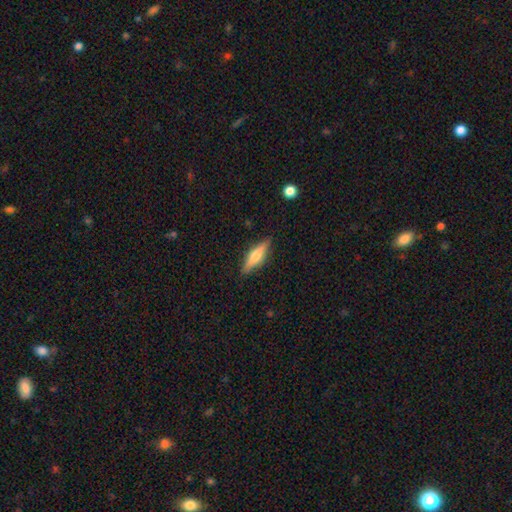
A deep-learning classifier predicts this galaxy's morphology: smooth-or-featured: featured or disk: 52% | smooth: 41% | star or artifact: 7%
  disk-edge-on: yes: 95% | no: 5%
  merging: none: 88% | minor disturbance: 9% | major disturbance: 2% | merger: 1%